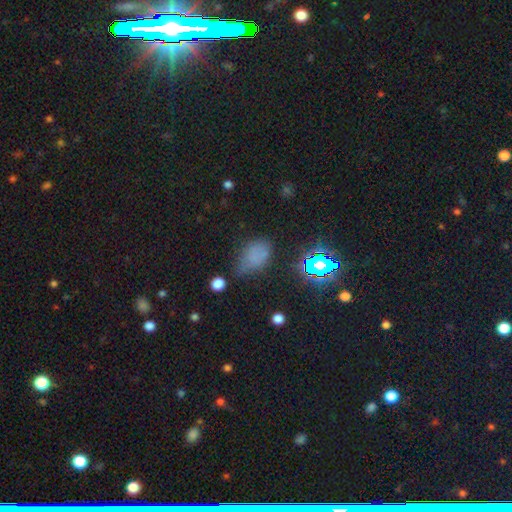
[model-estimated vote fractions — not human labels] smooth-or-featured: smooth: 62% | star or artifact: 27% | featured or disk: 11%
  how-rounded: in between: 82% | round: 16% | cigar-shaped: 2%
  merging: none: 49% | minor disturbance: 33% | major disturbance: 14% | merger: 4%